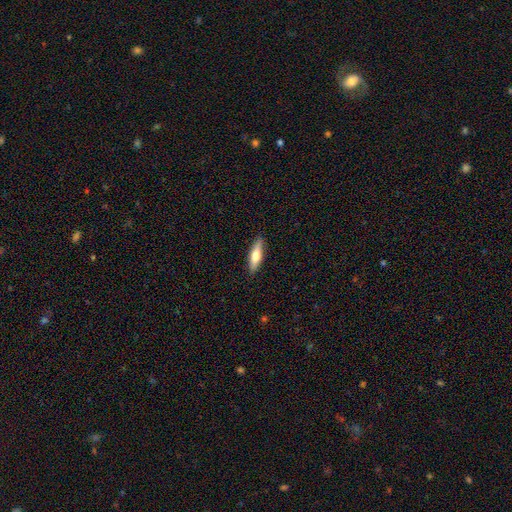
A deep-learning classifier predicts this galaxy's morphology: type=smooth (60%); roundness=cigar-shaped (61%); merging=none (89%).